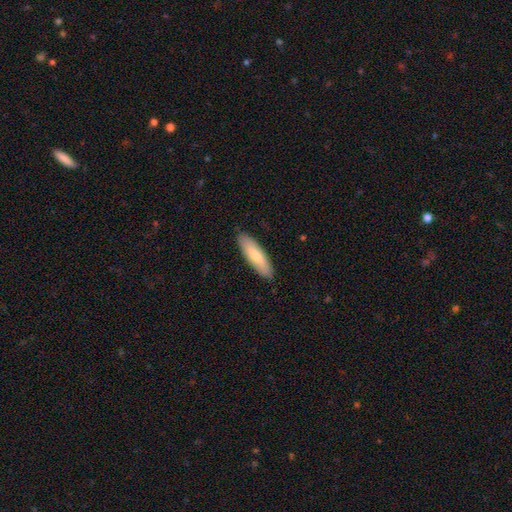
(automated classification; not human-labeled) Smooth or featured?
  - smooth: 75% *
  - featured or disk: 20%
  - star or artifact: 5%
How rounded?
  - cigar-shaped: 58% *
  - in between: 41%
  - round: 2%
Merging?
  - none: 89% *
  - minor disturbance: 8%
  - major disturbance: 2%
  - merger: 1%